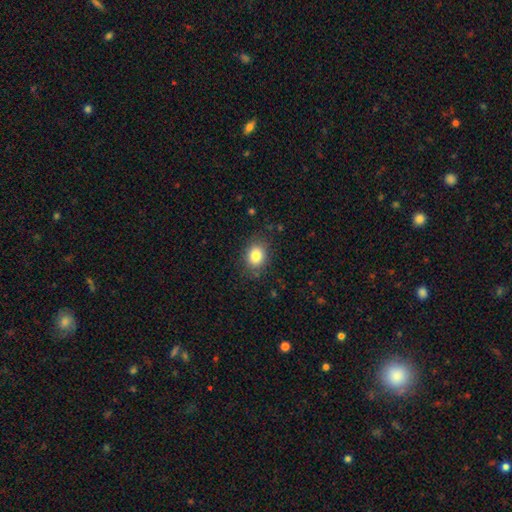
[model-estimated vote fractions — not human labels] A smooth galaxy with no disk features (83%) that is in between round and cigar-shaped (51%).

Vote fractions:
- Smooth or featured? smooth: 83% / star or artifact: 10% / featured or disk: 7%
- How rounded? in between: 51% / round: 48% / cigar-shaped: 1%
- Merging? none: 82% / minor disturbance: 13% / major disturbance: 4% / merger: 1%